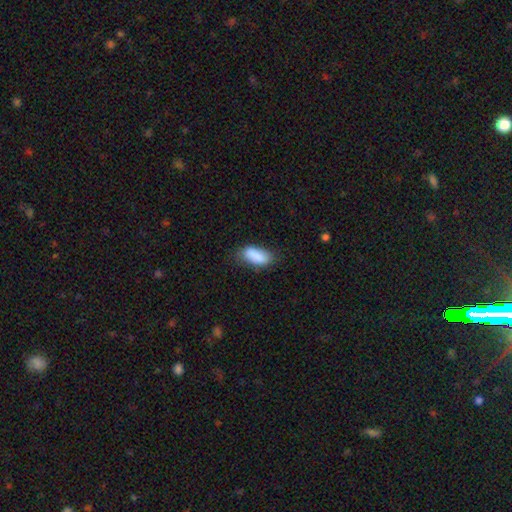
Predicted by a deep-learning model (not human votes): smooth_or_featured: smooth (p=0.87) [alt: star or artifact p=0.07]
how_rounded: in between (p=0.85) [alt: cigar-shaped p=0.12]
merging: none (p=0.69) [alt: minor disturbance p=0.23]